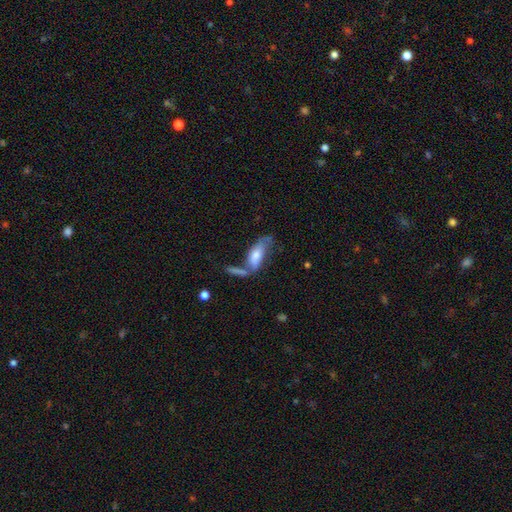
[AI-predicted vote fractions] A smooth galaxy with no disk features (58%) that is in between round and cigar-shaped (72%).

Vote fractions:
- Smooth or featured? smooth: 58% / featured or disk: 35% / star or artifact: 7%
- How rounded? in between: 72% / cigar-shaped: 25% / round: 2%
- Merging? none: 40% / merger: 24% / minor disturbance: 22% / major disturbance: 14%